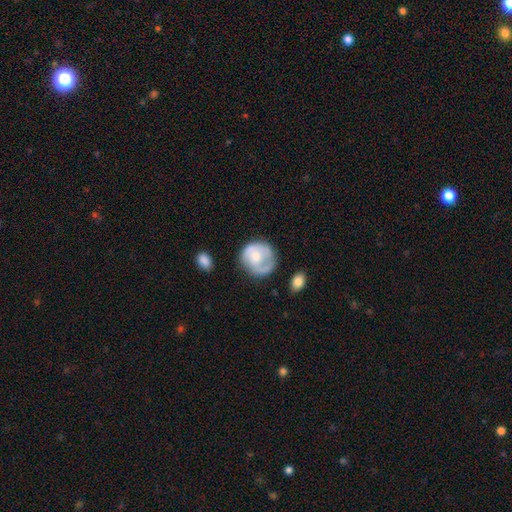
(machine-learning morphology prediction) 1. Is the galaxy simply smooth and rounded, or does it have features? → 51% smooth, 43% featured or disk, 6% star or artifact.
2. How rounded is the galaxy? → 83% round, 17% in between, 1% cigar-shaped.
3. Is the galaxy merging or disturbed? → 57% none, 25% minor disturbance, 14% major disturbance, 4% merger.